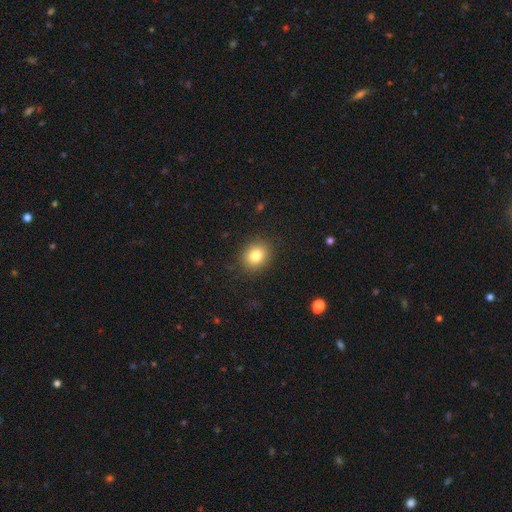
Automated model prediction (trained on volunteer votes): This is clearly a smooth galaxy (81%). How rounded: likely round (67%). Merging: clearly none (88%).